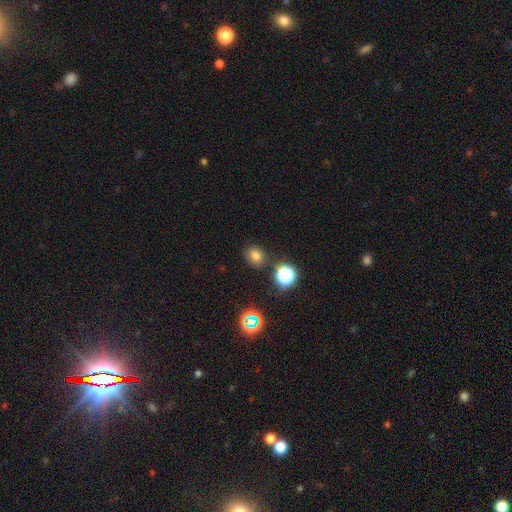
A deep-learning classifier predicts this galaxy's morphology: This appears to be a smooth galaxy with no disk features (72%) that is round (68%). Merging: none (83%).